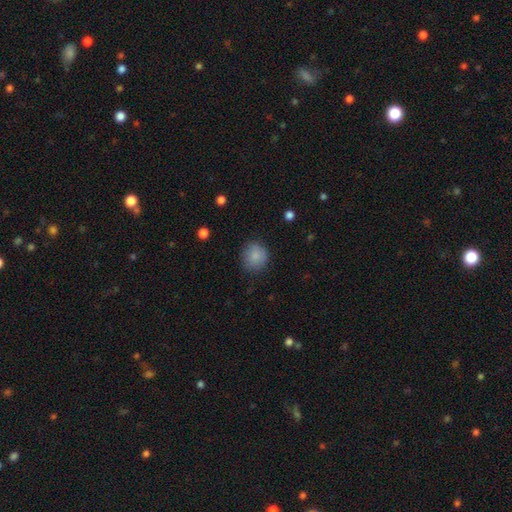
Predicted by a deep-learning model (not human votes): This appears to be a smooth galaxy with no disk features (86%) that is round (84%). Merging: none (80%).